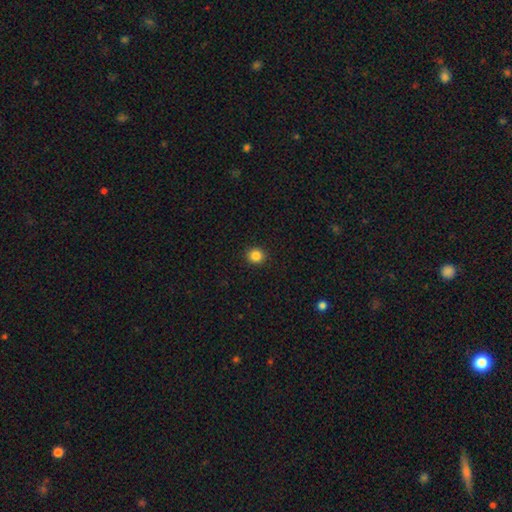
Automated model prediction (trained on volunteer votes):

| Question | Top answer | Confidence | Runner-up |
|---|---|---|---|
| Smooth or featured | smooth | 85% | star or artifact (11%) |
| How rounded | round | 91% | in between (9%) |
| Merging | none | 93% | minor disturbance (5%) |